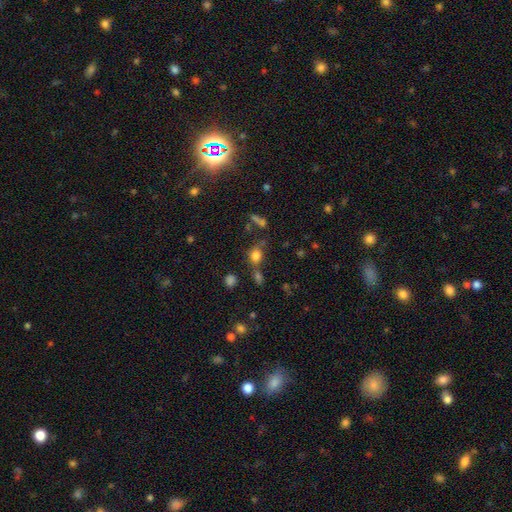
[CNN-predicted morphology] Q: Smooth or featured?
A: smooth (77%); runner-up: star or artifact (15%)
Q: How rounded?
A: round (62%); runner-up: in between (36%)
Q: Merging?
A: none (57%); runner-up: merger (19%)